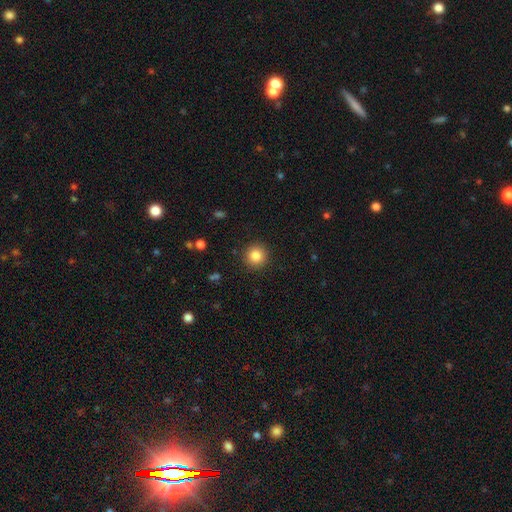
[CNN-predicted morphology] Smooth or featured: smooth — 84% (star or artifact — 10%)
How rounded: round — 94% (in between — 5%)
Merging: none — 91% (minor disturbance — 6%)